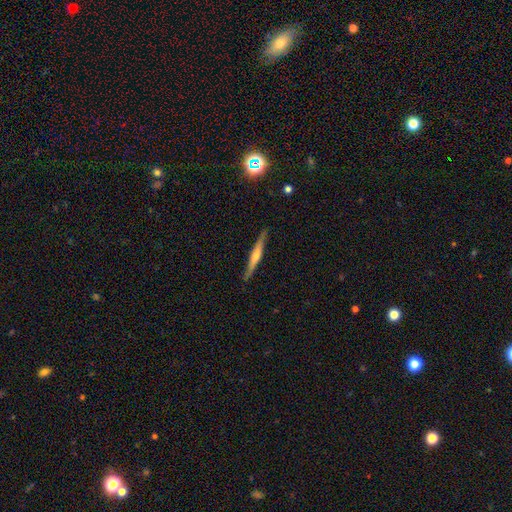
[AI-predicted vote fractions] A featured or disk galaxy (67%) viewed edge-on (98%) with a rounded central bulge (74%).

Vote fractions:
- Smooth or featured? featured or disk: 67% / smooth: 27% / star or artifact: 6%
- Edge-on disk? yes: 98% / no: 2%
- Edge-on bulge? rounded: 74% / none: 16% / boxy: 10%
- Merging? none: 89% / minor disturbance: 8% / major disturbance: 2% / merger: 1%